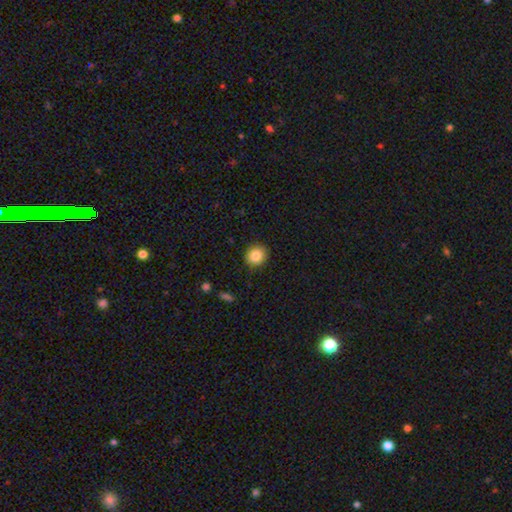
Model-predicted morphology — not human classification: Q: Smooth or featured?
A: smooth (85%); runner-up: star or artifact (9%)
Q: How rounded?
A: round (83%); runner-up: in between (16%)
Q: Merging?
A: none (88%); runner-up: minor disturbance (9%)